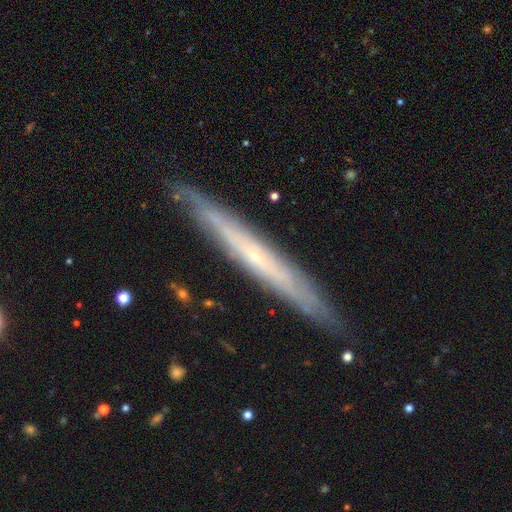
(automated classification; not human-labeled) Smooth or featured: featured or disk — 71% (smooth — 23%)
Edge-on disk: yes — 87% (no — 13%)
Edge-on bulge: none — 60% (rounded — 37%)
Merging: none — 86% (minor disturbance — 10%)